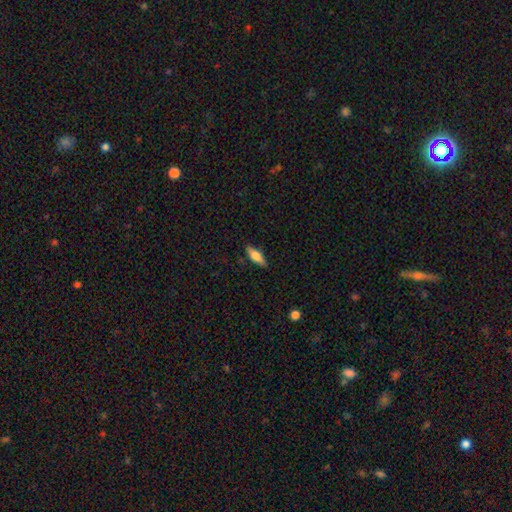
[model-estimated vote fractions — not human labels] Smooth or featured?
  - smooth: 70% *
  - featured or disk: 24%
  - star or artifact: 6%
How rounded?
  - in between: 63% *
  - cigar-shaped: 35%
  - round: 2%
Merging?
  - none: 85% *
  - minor disturbance: 11%
  - major disturbance: 2%
  - merger: 1%